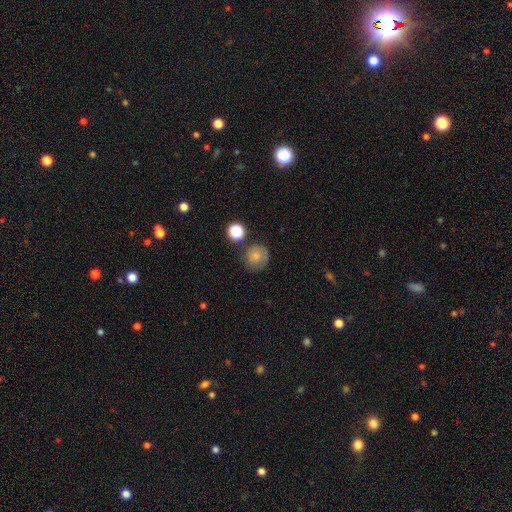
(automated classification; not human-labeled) Q: Smooth or featured?
A: smooth (74%); runner-up: featured or disk (14%)
Q: How rounded?
A: round (85%); runner-up: in between (14%)
Q: Merging?
A: none (67%); runner-up: minor disturbance (19%)